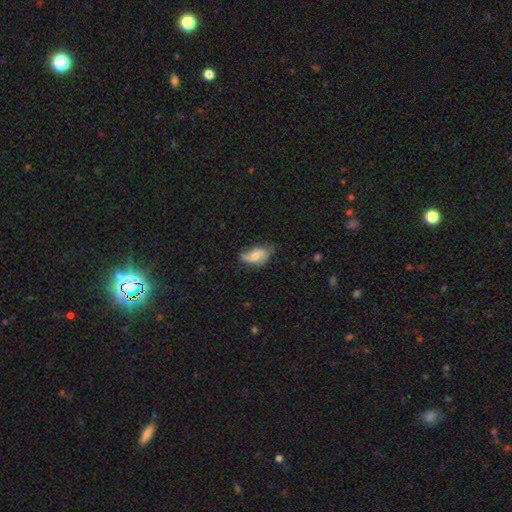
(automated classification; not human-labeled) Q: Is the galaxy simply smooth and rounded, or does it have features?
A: smooth — 46%, tied with featured or disk.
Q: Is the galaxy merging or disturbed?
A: none — 51%.